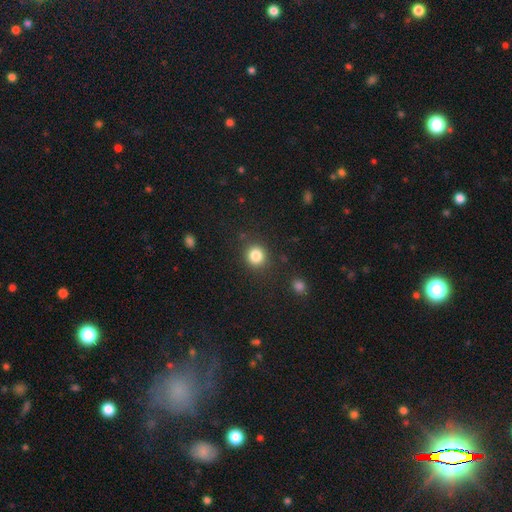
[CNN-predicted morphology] The model was most divided on "smooth or featured": smooth: 84%, star or artifact: 11%, featured or disk: 5%. More confident: how rounded — round (89%); merging — none (86%).